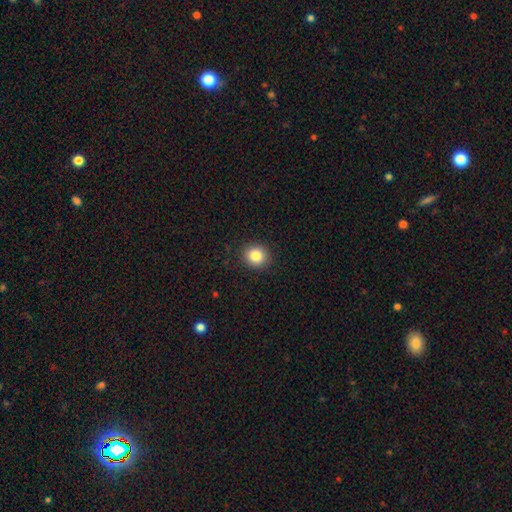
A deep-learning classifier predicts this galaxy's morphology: Overall: smooth (84%). How rounded: round (85%). Merging: none (91%).